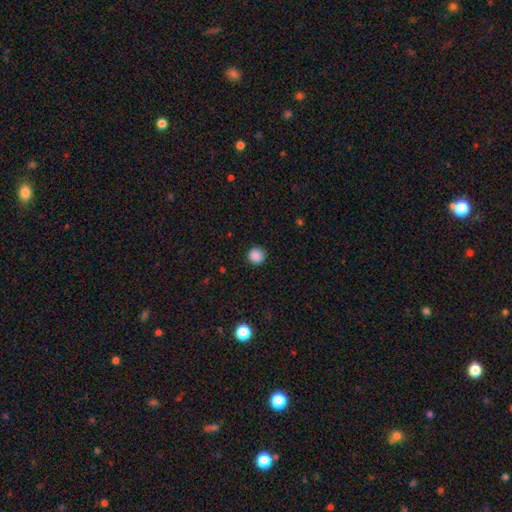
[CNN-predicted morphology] This is clearly a smooth galaxy (87%). How rounded: clearly round (93%). Merging: clearly none (91%).